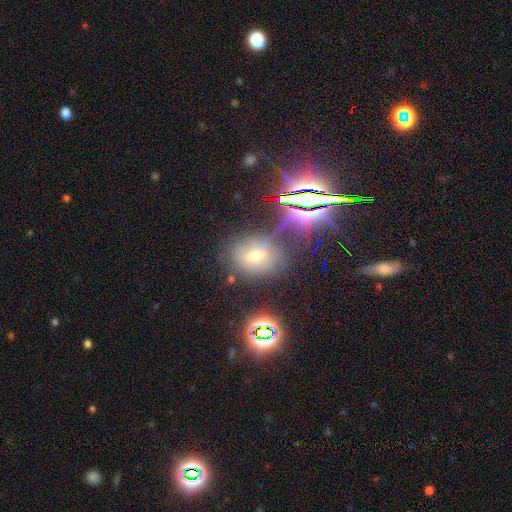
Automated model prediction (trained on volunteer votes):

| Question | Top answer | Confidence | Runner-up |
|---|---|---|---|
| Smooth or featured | star or artifact | 54% | smooth (26%) |